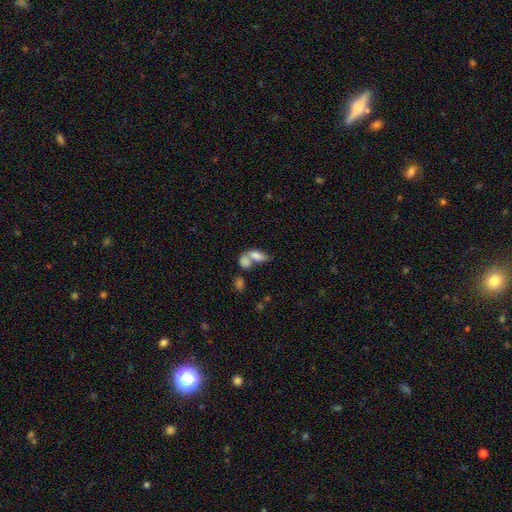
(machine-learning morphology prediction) Smooth or featured?
  - smooth: 74% *
  - featured or disk: 17%
  - star or artifact: 9%
How rounded?
  - in between: 85% *
  - cigar-shaped: 8%
  - round: 7%
Merging?
  - merger: 64% *
  - none: 21%
  - minor disturbance: 8%
  - major disturbance: 7%